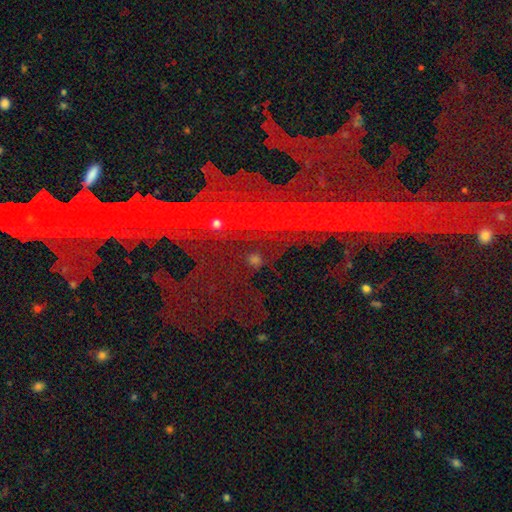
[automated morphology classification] This appears to be a star or artifact, not a galaxy (83%).